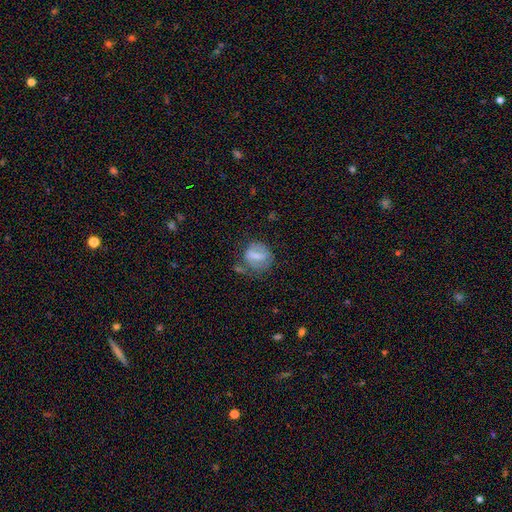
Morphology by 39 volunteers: Smooth or featured? smooth (67%)
How rounded? in between (50%)
Merging? none (45%)